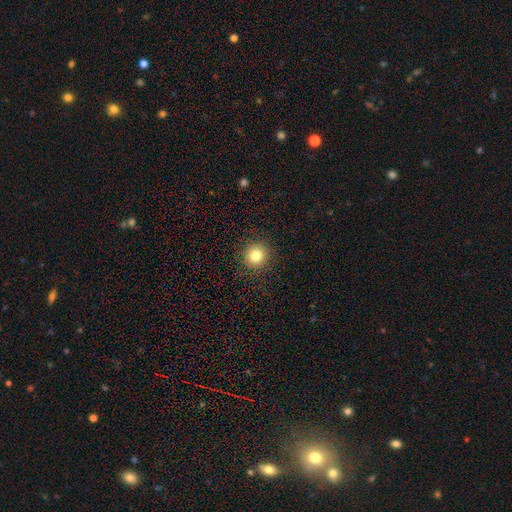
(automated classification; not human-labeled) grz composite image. It shows a smooth galaxy with no disk features (82%) that is round (94%). Merging: none (91%).